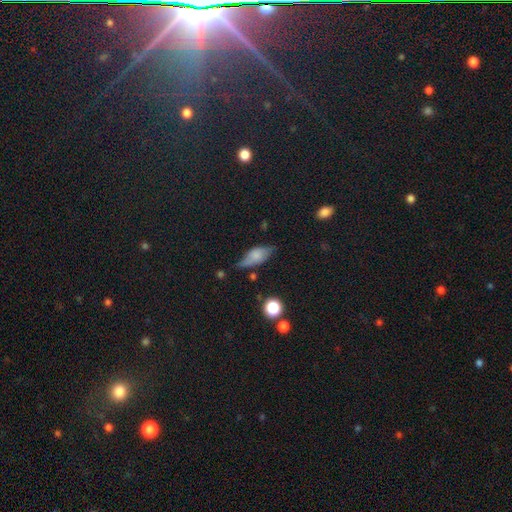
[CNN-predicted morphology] The model was most divided on "merging": none: 52%, minor disturbance: 35%, major disturbance: 9%, merger: 3%. More confident: how rounded — in between (82%); smooth or featured — smooth (62%).